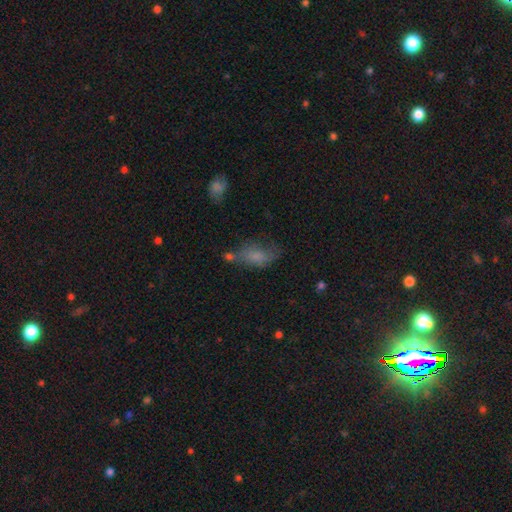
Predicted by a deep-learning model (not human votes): smooth 68%, featured or disk 20%, star or artifact 12%. Down the decision tree: how rounded — in between (86%); merging — none (38%).